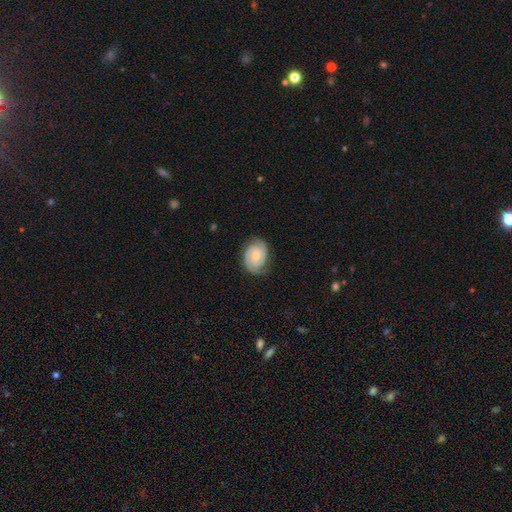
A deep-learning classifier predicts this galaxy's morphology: This is likely a featured or disk galaxy (80%). It is clearly not viewed edge-on (98%). Bar: likely no (61%). Spiral arm pattern: clearly yes (96%). Spiral arm count: clearly 2 (82%). Spiral winding: likely tight (67%). Central bulge: possibly small (53%). Merging: likely none (78%).